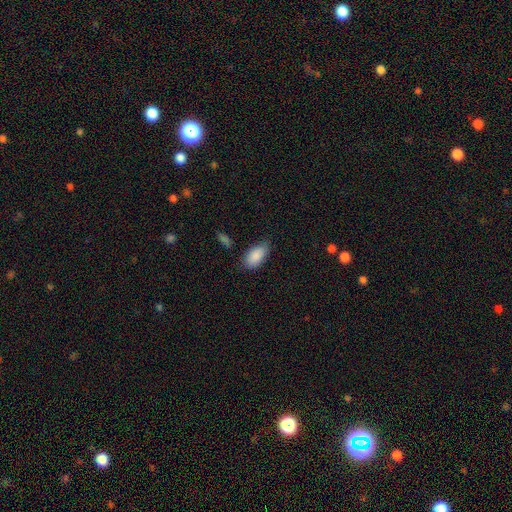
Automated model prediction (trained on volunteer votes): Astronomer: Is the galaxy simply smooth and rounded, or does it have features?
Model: smooth — 89%.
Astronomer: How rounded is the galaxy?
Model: in between — 94%.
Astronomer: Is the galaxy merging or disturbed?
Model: none — 71%.